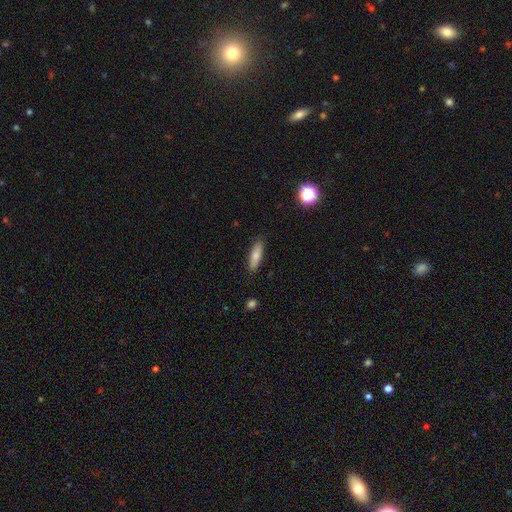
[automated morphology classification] This appears to be a smooth galaxy with no disk features (72%) that is cigar-shaped (54%). Merging: none (86%).